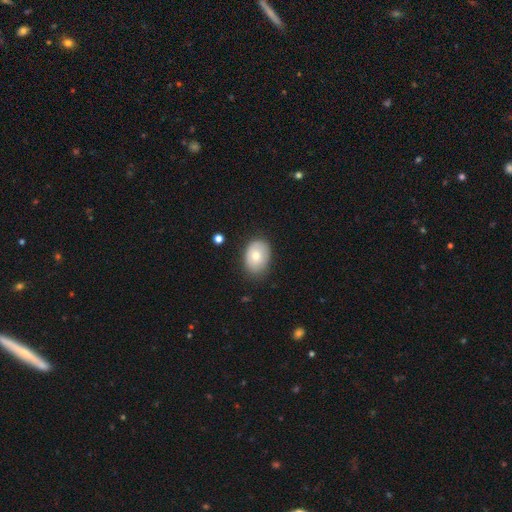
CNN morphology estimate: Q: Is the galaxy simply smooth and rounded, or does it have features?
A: smooth — 71%.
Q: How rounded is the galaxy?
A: in between — 74%.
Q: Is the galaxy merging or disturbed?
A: none — 78%.